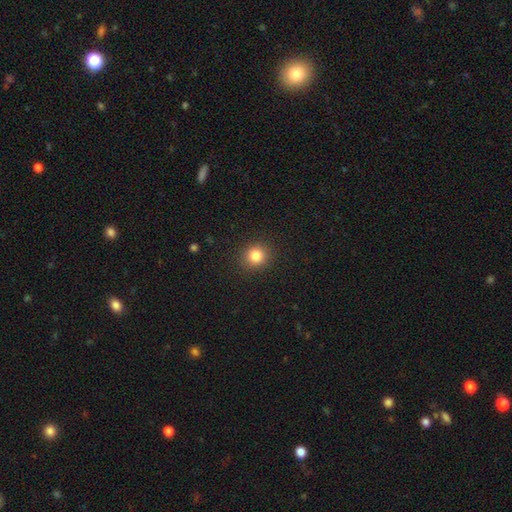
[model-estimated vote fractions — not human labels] Smooth or featured: smooth — 83% (star or artifact — 12%)
How rounded: round — 86% (in between — 13%)
Merging: none — 90% (minor disturbance — 7%)